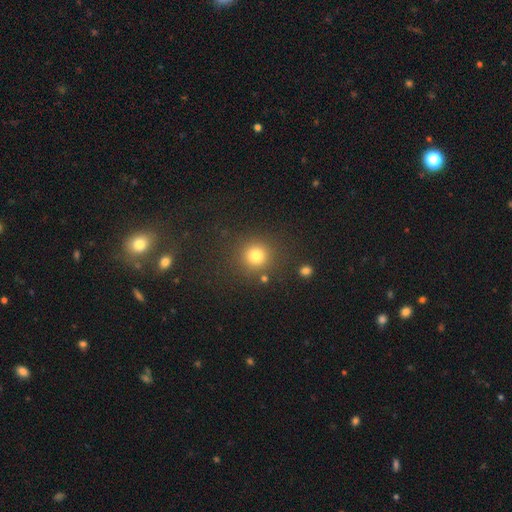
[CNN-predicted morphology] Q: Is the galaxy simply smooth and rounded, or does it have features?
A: smooth — 79%.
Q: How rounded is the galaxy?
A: round — 92%.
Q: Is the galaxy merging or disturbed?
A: none — 84%.